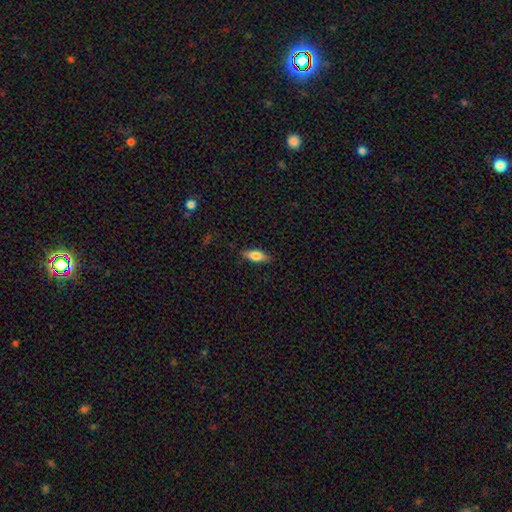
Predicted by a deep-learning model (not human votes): Smooth or featured? smooth (73%)
How rounded? in between (73%)
Merging? none (85%)